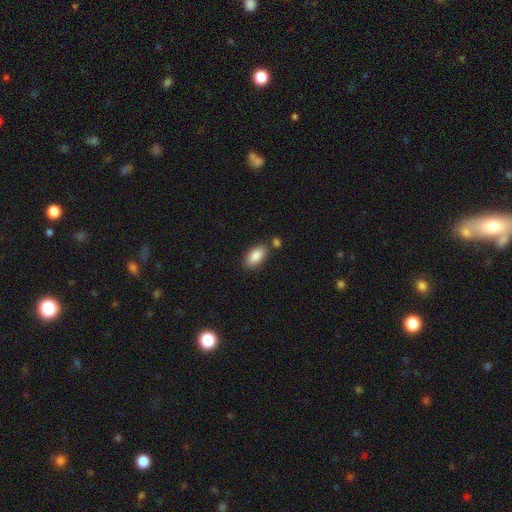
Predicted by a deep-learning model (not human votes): smooth 87%, star or artifact 6%, featured or disk 6%. Down the decision tree: how rounded — in between (92%); merging — none (75%).